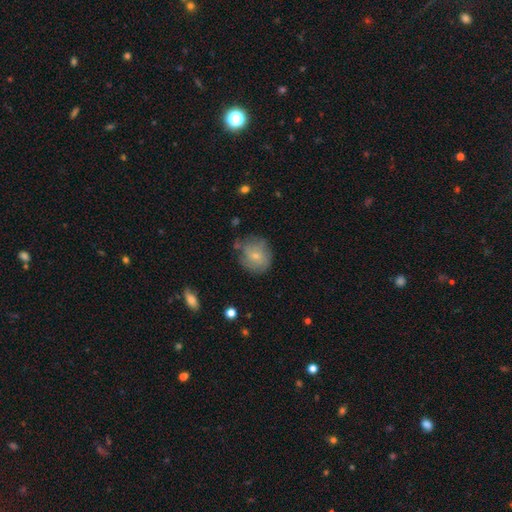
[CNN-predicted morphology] The model was most divided on "merging": none: 62%, minor disturbance: 25%, major disturbance: 9%, merger: 4%. More confident: how rounded — round (82%); smooth or featured — smooth (65%).